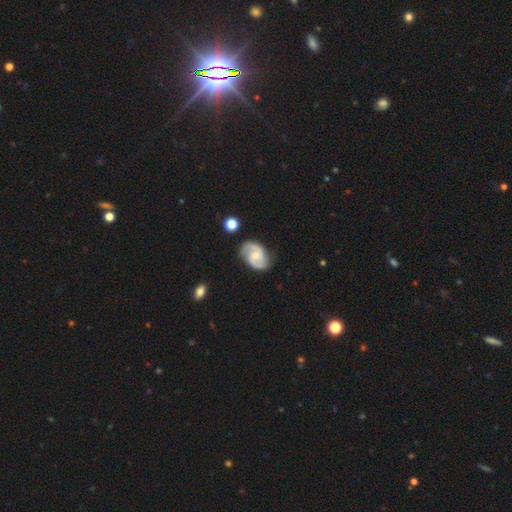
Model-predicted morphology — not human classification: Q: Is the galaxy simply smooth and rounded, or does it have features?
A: featured or disk — 82%.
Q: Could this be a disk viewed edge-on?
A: no — 98%.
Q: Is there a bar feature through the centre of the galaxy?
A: no — 51%.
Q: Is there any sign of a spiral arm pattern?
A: yes — 96%.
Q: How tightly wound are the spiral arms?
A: medium — 50%.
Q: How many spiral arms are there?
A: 2 — 88%.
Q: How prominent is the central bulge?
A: moderate — 47%.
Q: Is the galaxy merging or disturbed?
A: none — 75%.